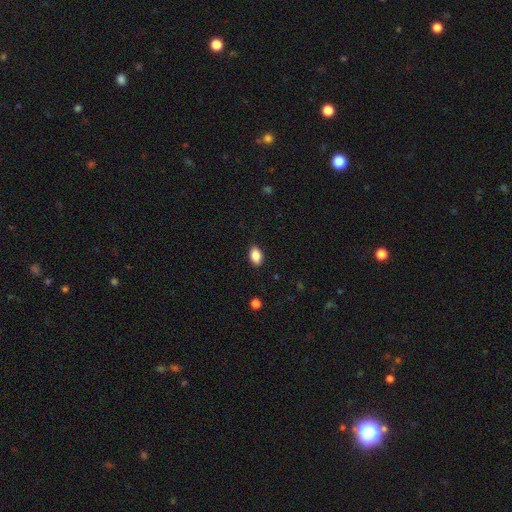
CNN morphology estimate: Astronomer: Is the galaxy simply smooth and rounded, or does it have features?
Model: smooth — 88%.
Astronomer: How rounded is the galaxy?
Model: in between — 90%.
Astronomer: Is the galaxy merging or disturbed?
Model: none — 88%.